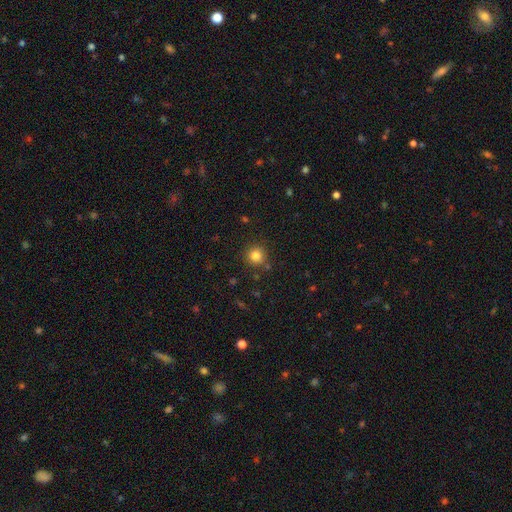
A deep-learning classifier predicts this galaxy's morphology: Overall: smooth (82%). How rounded: round (93%). Merging: none (84%).